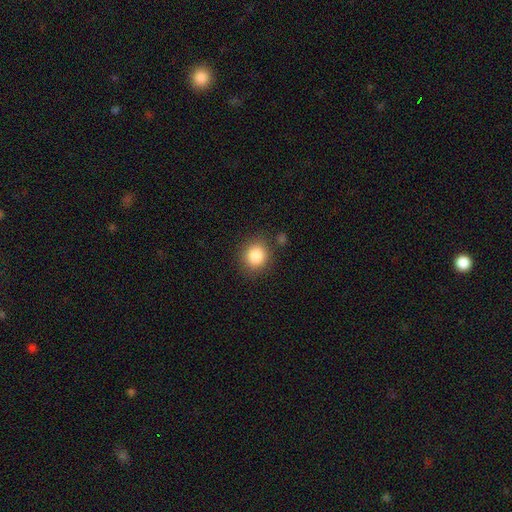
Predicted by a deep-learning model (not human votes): This is clearly a smooth galaxy (86%). How rounded: clearly round (81%). Merging: clearly none (82%).